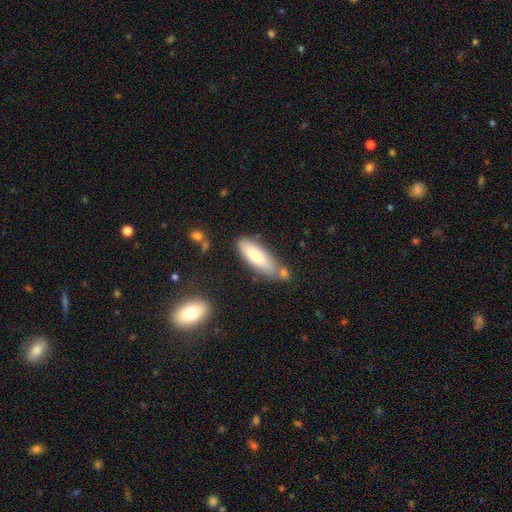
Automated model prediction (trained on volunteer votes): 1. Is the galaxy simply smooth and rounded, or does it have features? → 75% smooth, 19% featured or disk, 6% star or artifact.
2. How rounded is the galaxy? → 51% in between, 47% cigar-shaped, 2% round.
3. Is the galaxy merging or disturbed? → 63% none, 18% minor disturbance, 14% merger, 5% major disturbance.